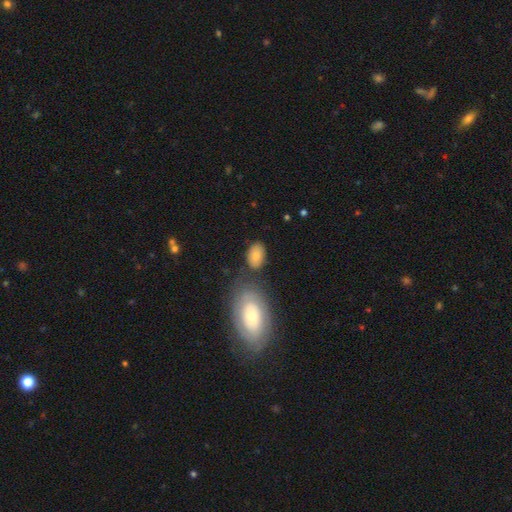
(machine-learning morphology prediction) Smooth or featured? Predicted: smooth (p=0.81). How rounded? Predicted: in between (p=0.89). Merging? Predicted: none (p=0.67).